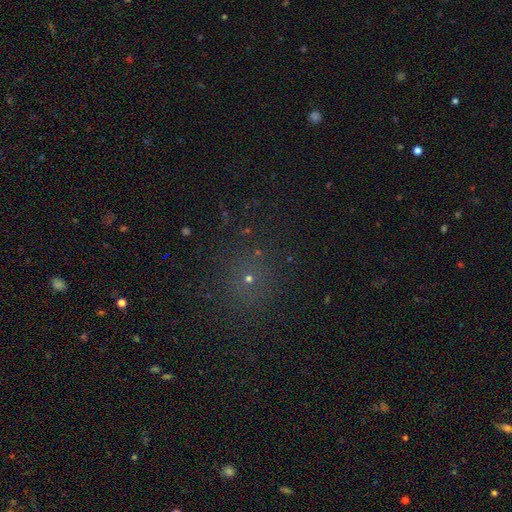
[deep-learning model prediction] Smooth or featured? Predicted: smooth (p=0.49). Merging? Predicted: none (p=0.84).